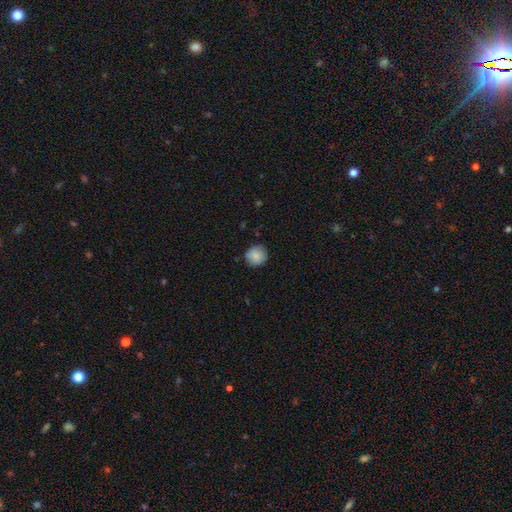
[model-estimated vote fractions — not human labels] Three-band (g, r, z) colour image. It shows a smooth galaxy with no disk features (86%) that is round (90%). Merging: none (83%).